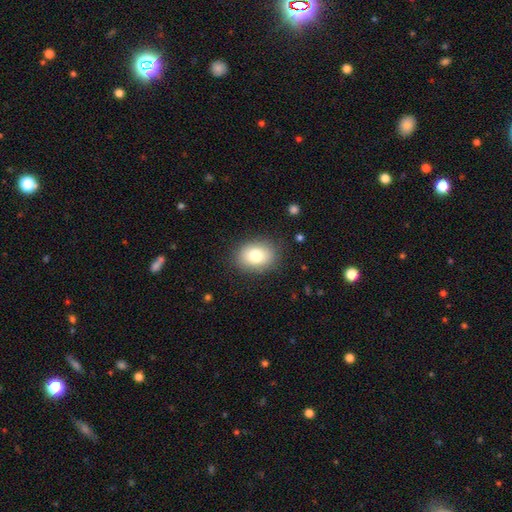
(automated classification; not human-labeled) The model was most divided on "how rounded": in between: 66%, round: 33%, cigar-shaped: 1%. More confident: merging — none (84%); smooth or featured — smooth (78%).